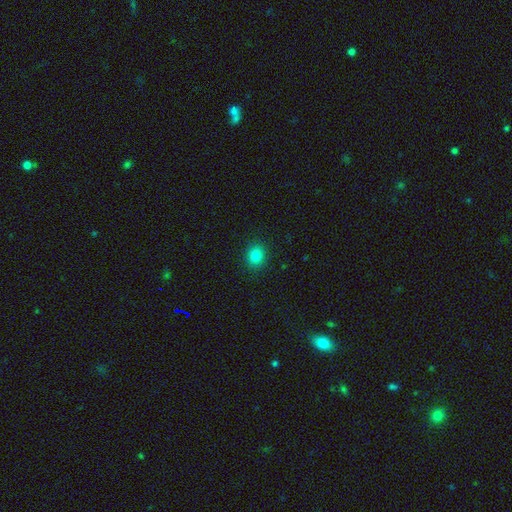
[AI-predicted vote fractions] Overall: smooth (84%). How rounded: round (65%; in between 34%). Merging: none (90%).